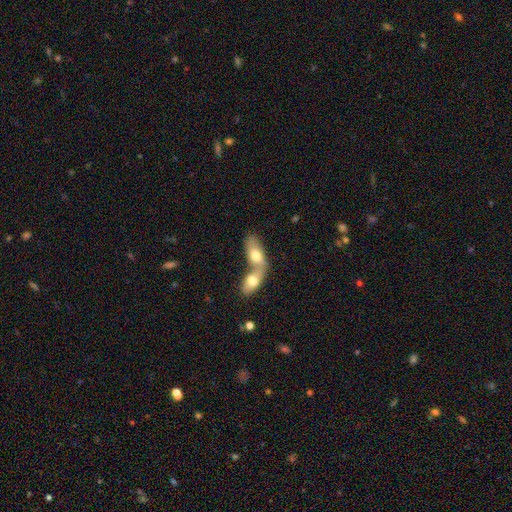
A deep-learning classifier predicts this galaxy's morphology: smooth 69%, featured or disk 25%, star or artifact 6%. Down the decision tree: how rounded — in between (86%); merging — merger (77%).